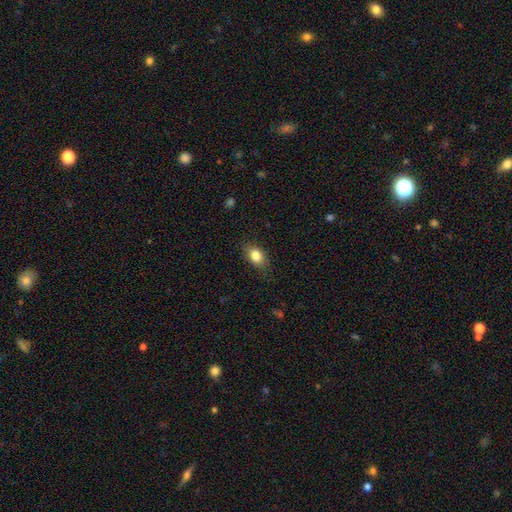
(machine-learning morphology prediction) The model was most divided on "how rounded": in between: 82%, round: 16%, cigar-shaped: 2%. More confident: merging — none (83%); smooth or featured — smooth (83%).